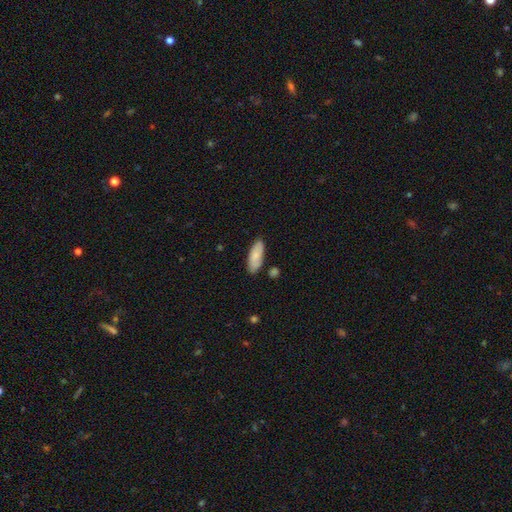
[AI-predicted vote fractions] smooth 79%, featured or disk 15%, star or artifact 6%. Down the decision tree: how rounded — in between (78%); merging — none (77%).